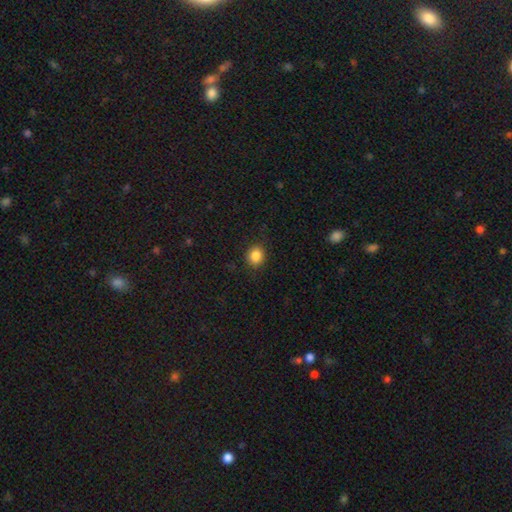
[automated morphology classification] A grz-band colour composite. It shows a smooth galaxy with no disk features (86%) that is round (76%). Merging: none (88%).